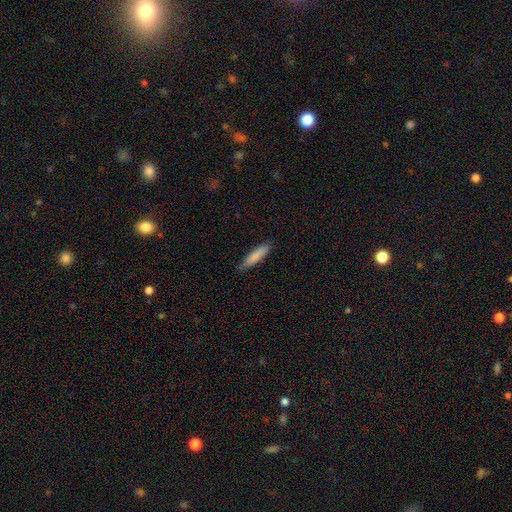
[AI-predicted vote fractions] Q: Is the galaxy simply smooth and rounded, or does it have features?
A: smooth — 83%.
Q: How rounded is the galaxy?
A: cigar-shaped — 83%.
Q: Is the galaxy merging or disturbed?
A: none — 82%.